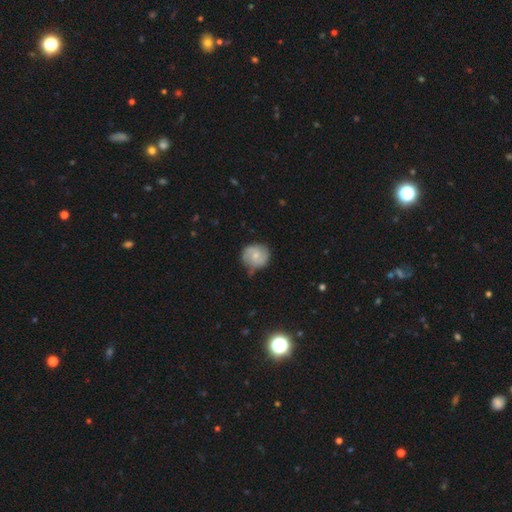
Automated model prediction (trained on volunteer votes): Smooth or featured? Predicted: featured or disk (p=0.47). Merging? Predicted: none (p=0.57).